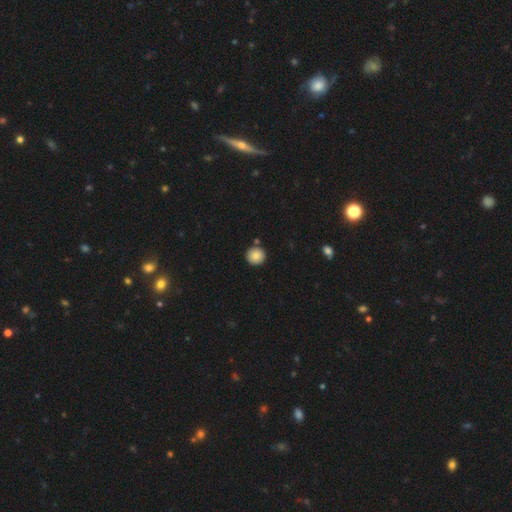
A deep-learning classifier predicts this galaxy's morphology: type=smooth (86%); roundness=round (92%); merging=none (86%).